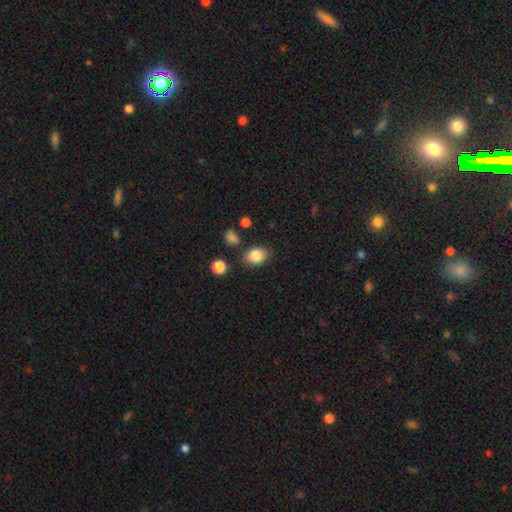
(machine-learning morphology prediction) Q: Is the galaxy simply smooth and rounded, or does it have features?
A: smooth — 86%.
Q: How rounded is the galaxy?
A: in between — 69%.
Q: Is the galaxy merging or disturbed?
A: none — 79%.